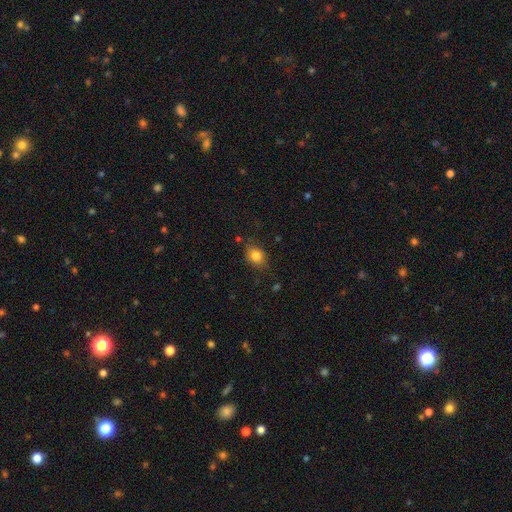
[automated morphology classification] Smooth or featured? Predicted: smooth (p=0.82). How rounded? Predicted: round (p=0.51). Merging? Predicted: none (p=0.78).